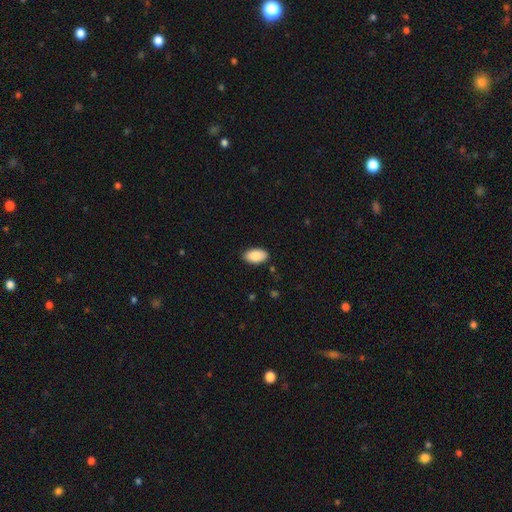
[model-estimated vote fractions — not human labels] smooth-or-featured: smooth: 89% | star or artifact: 6% | featured or disk: 5%
  how-rounded: in between: 95% | round: 3% | cigar-shaped: 2%
  merging: none: 87% | minor disturbance: 10% | major disturbance: 2% | merger: 1%